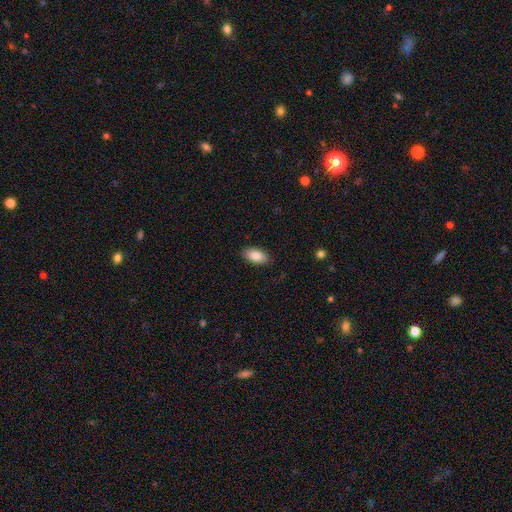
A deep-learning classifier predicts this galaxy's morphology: A smooth galaxy with no disk features (85%) that is in between round and cigar-shaped (94%). Merging: none (88%).